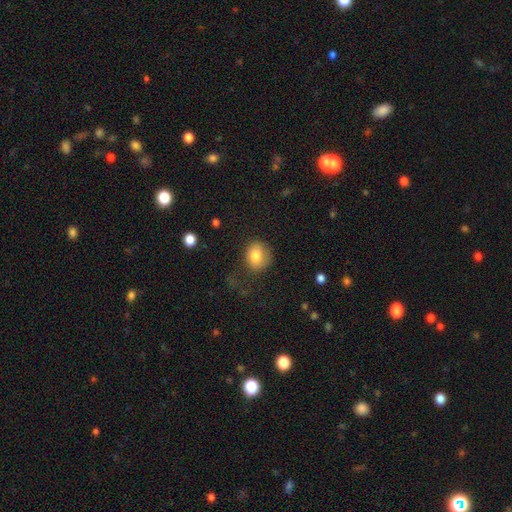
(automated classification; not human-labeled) smooth_or_featured: smooth (p=0.80) [alt: featured or disk p=0.11]
how_rounded: round (p=0.63) [alt: in between p=0.36]
merging: none (p=0.59) [alt: minor disturbance p=0.24]